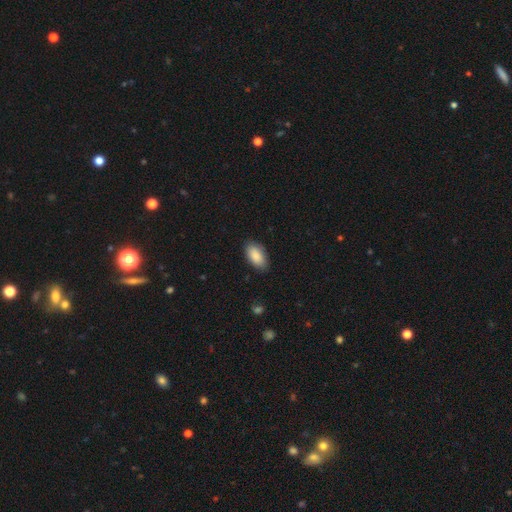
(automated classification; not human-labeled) Smooth or featured?
  - smooth: 89% *
  - star or artifact: 6%
  - featured or disk: 5%
How rounded?
  - in between: 94% *
  - cigar-shaped: 3%
  - round: 3%
Merging?
  - none: 85% *
  - minor disturbance: 12%
  - major disturbance: 2%
  - merger: 1%